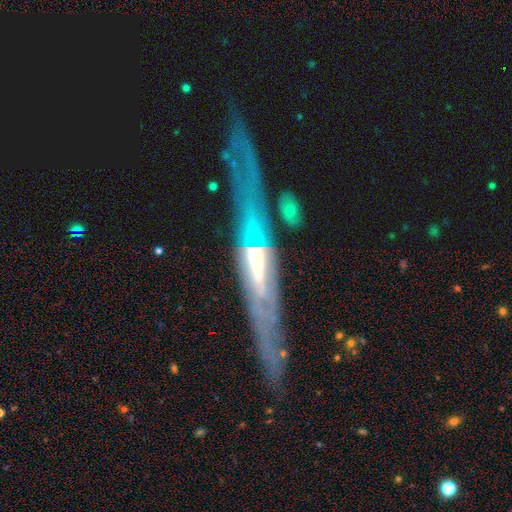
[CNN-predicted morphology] A featured or disk galaxy (76%) viewed edge-on (79%) with a rounded central bulge (63%). Merging: none (61%).